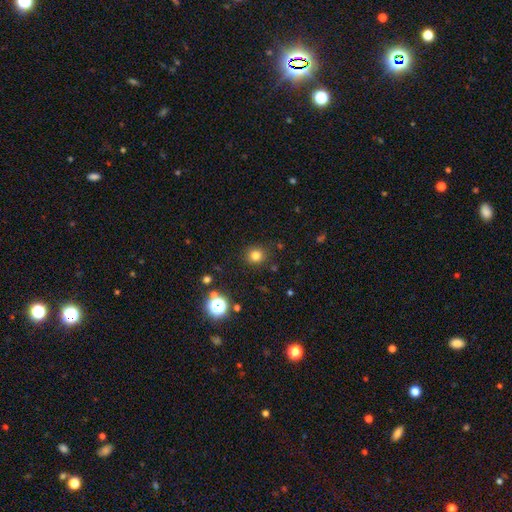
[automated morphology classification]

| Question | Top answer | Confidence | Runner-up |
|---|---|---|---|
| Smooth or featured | smooth | 79% | star or artifact (16%) |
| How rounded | round | 89% | in between (10%) |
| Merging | none | 87% | minor disturbance (8%) |